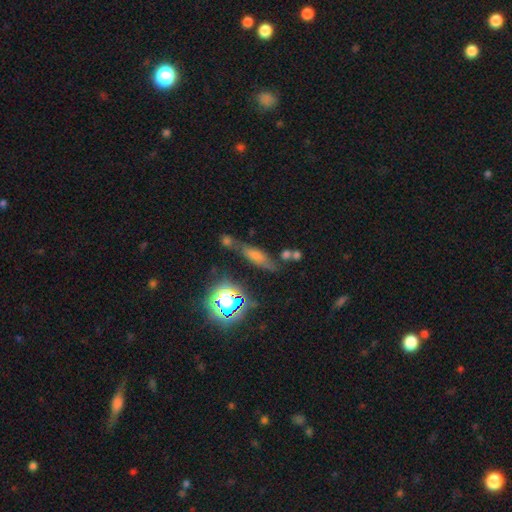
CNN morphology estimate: smooth-or-featured: smooth: 42% | star or artifact: 32% | featured or disk: 25%
  merging: none: 64% | minor disturbance: 16% | merger: 13% | major disturbance: 7%